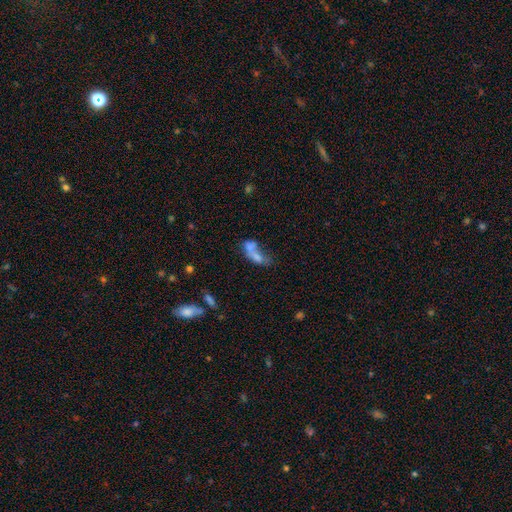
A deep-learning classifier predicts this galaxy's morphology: Smooth or featured? Predicted: smooth (p=0.56). How rounded? Predicted: in between (p=0.70). Merging? Predicted: merger (p=0.64).